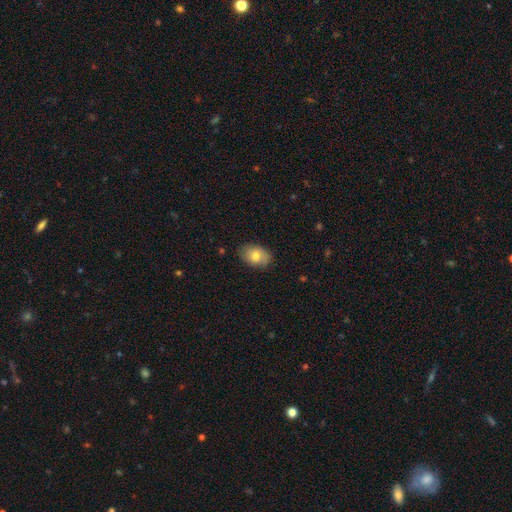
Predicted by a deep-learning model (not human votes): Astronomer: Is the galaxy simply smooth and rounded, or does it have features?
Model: smooth — 73%.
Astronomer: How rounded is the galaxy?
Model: in between — 84%.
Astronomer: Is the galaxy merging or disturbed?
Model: none — 81%.